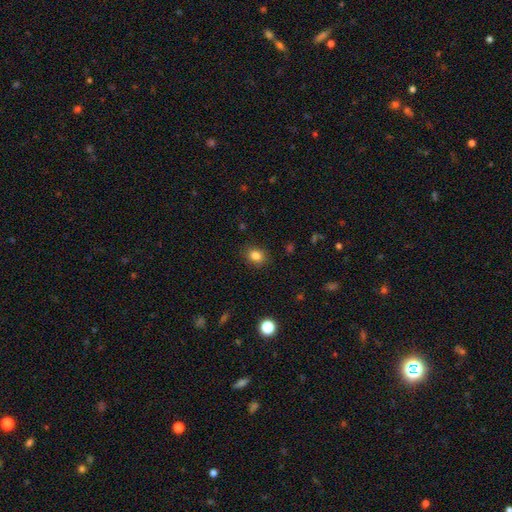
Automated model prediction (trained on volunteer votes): Overall: smooth (84%). How rounded: in between (55%; round 44%). Merging: none (85%).